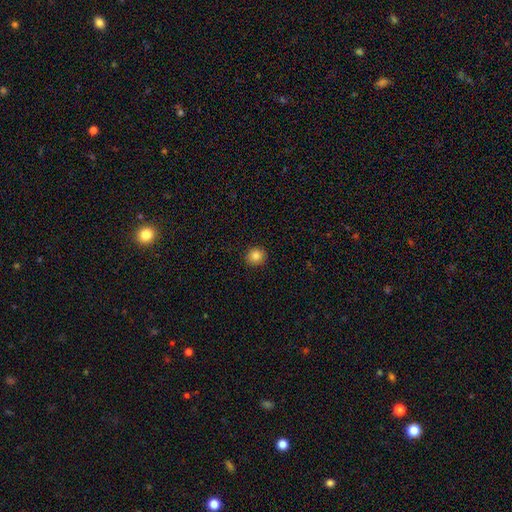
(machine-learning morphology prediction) Smooth or featured?
  - smooth: 84% *
  - star or artifact: 11%
  - featured or disk: 5%
How rounded?
  - round: 86% *
  - in between: 13%
  - cigar-shaped: 1%
Merging?
  - none: 91% *
  - minor disturbance: 7%
  - major disturbance: 2%
  - merger: 1%